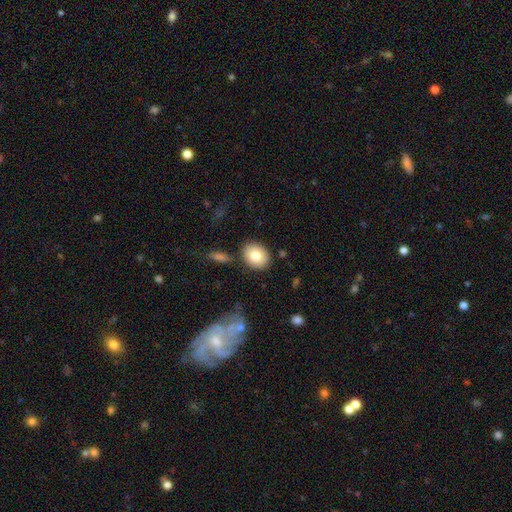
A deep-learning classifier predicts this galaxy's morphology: type=smooth (81%); roundness=in between (61%); merging=none (84%).